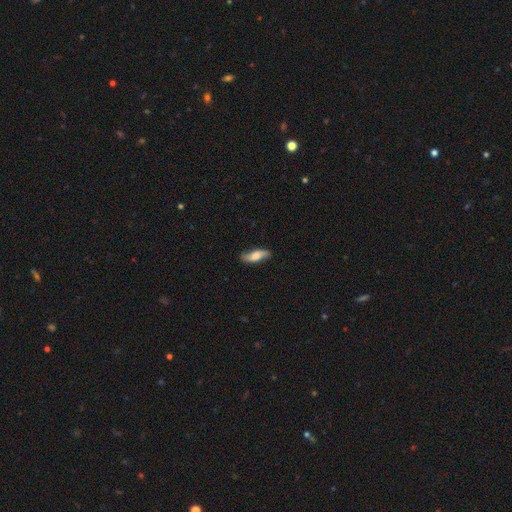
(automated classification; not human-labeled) A smooth galaxy with no disk features (50%) that is in between round and cigar-shaped (63%).

Vote fractions:
- Smooth or featured? smooth: 50% / featured or disk: 43% / star or artifact: 7%
- How rounded? in between: 63% / cigar-shaped: 34% / round: 3%
- Merging? none: 81% / minor disturbance: 15% / major disturbance: 3% / merger: 1%